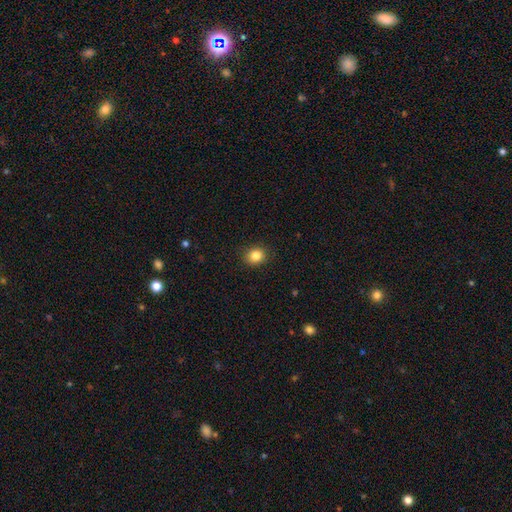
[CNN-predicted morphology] smooth-or-featured: smooth: 85% | star or artifact: 11% | featured or disk: 5%
  how-rounded: round: 73% | in between: 26% | cigar-shaped: 1%
  merging: none: 89% | minor disturbance: 7% | major disturbance: 2% | merger: 1%